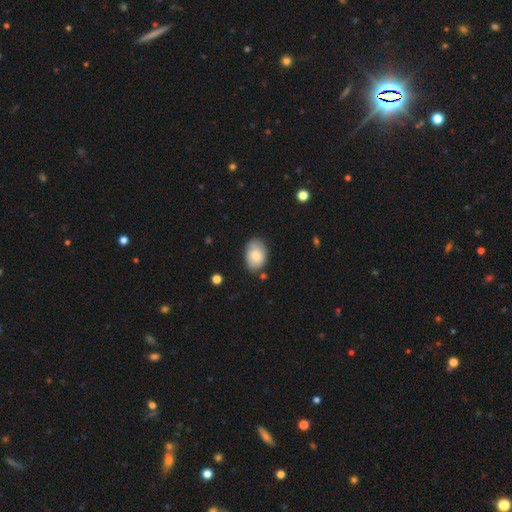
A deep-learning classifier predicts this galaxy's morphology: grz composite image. It shows a smooth galaxy with no disk features (75%) that is in between round and cigar-shaped (80%). Merging: none (67%).